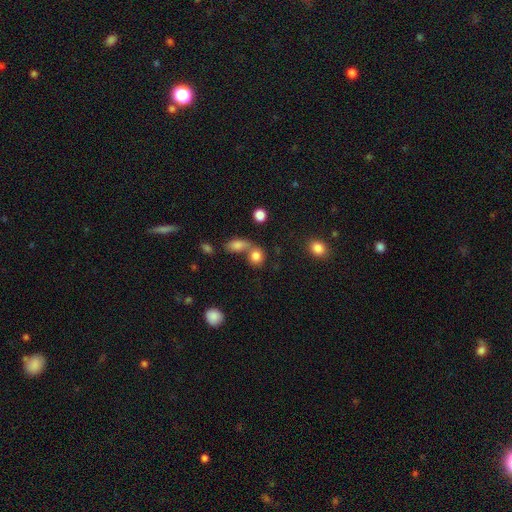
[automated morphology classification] A smooth galaxy with no disk features (82%) that is round (67%). Merging: none (44%).